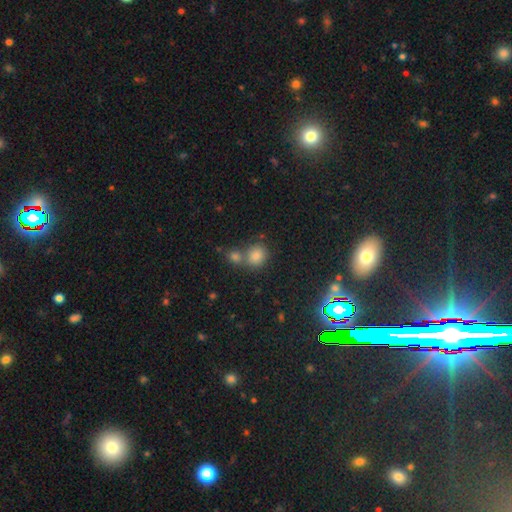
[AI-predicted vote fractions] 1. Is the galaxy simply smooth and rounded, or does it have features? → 71% smooth, 22% star or artifact, 7% featured or disk.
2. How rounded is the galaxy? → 81% round, 18% in between, 1% cigar-shaped.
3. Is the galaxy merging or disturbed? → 52% none, 37% merger, 8% minor disturbance, 3% major disturbance.